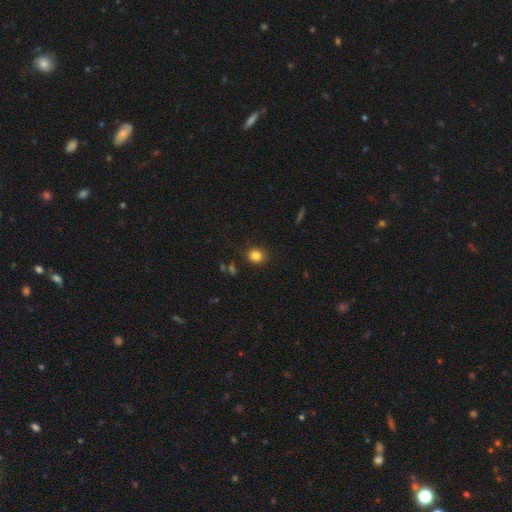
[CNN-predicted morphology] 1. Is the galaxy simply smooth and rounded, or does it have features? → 83% smooth, 12% star or artifact, 5% featured or disk.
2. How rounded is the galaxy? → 75% round, 24% in between, 1% cigar-shaped.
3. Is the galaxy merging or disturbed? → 87% none, 9% minor disturbance, 2% major disturbance, 2% merger.